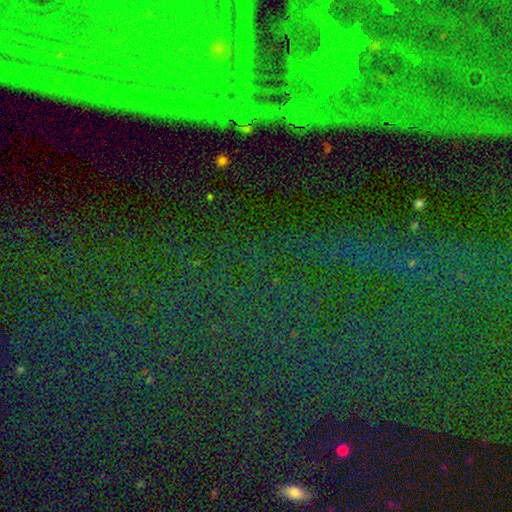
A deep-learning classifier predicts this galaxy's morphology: This appears to be a star or artifact, not a galaxy (76%).